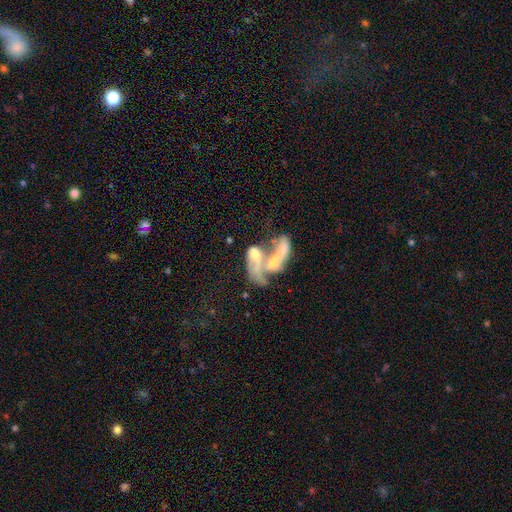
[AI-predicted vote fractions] A featured or disk galaxy (62%) with no bar (65%), no spiral arms (51%) and no central bulge (31%).

Vote fractions:
- Smooth or featured? featured or disk: 62% / smooth: 27% / star or artifact: 11%
- Edge-on disk? no: 92% / yes: 8%
- Bar? no: 65% / weak: 23% / strong: 12%
- Spiral arms? no: 51% / yes: 49%
- Bulge size? none: 31% / moderate: 30% / small: 29% / large: 7% / dominant: 2%
- Merging? merger: 72% / major disturbance: 14% / none: 9% / minor disturbance: 5%